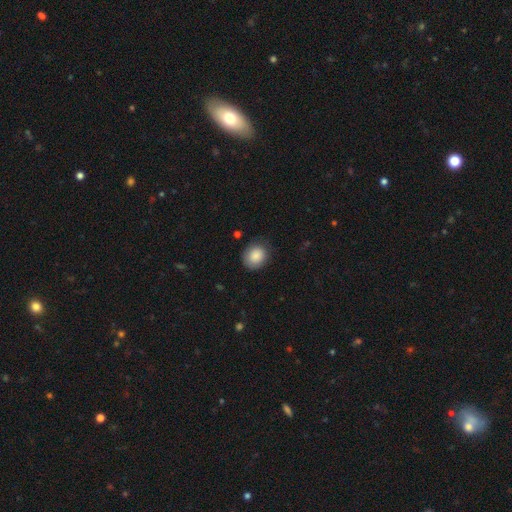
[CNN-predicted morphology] Smooth or featured?
  - smooth: 87% *
  - star or artifact: 8%
  - featured or disk: 5%
How rounded?
  - round: 73% *
  - in between: 26%
  - cigar-shaped: 1%
Merging?
  - none: 80% *
  - minor disturbance: 15%
  - major disturbance: 4%
  - merger: 1%